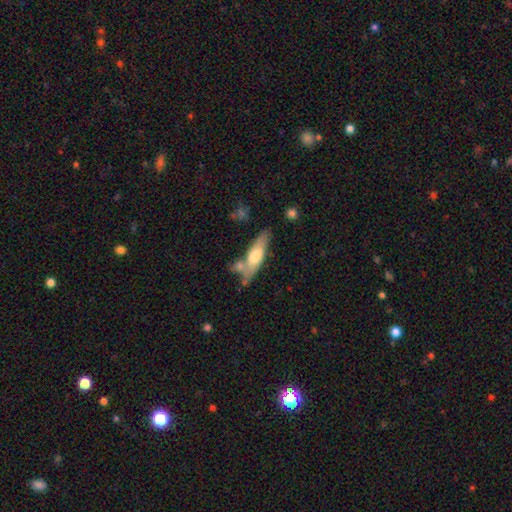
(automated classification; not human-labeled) Overall: smooth (54%; featured or disk 40%). How rounded: cigar-shaped (60%; in between 38%). Merging: none (60%).